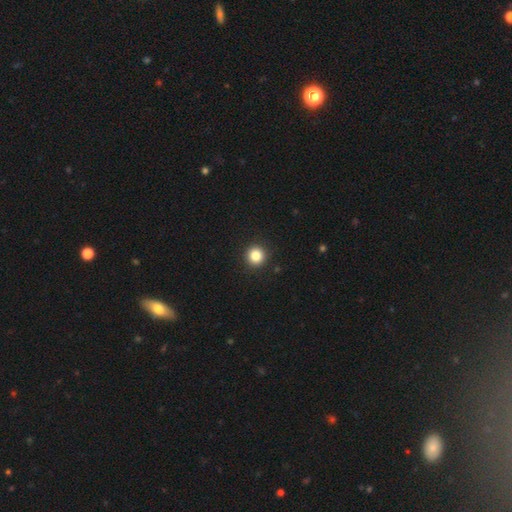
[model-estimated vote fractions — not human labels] smooth-or-featured: smooth: 85% | star or artifact: 11% | featured or disk: 4%
  how-rounded: round: 95% | in between: 4% | cigar-shaped: 1%
  merging: none: 93% | minor disturbance: 5% | major disturbance: 2% | merger: 1%